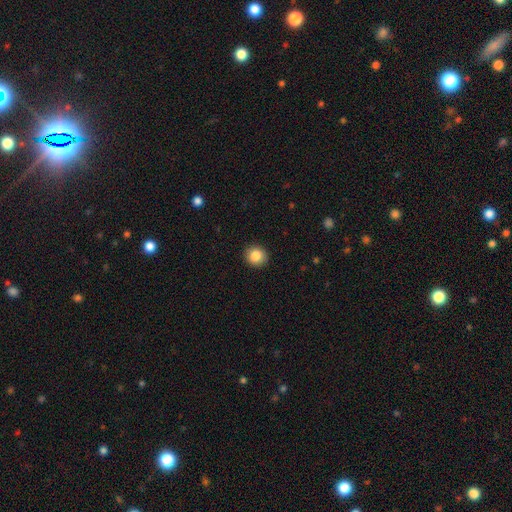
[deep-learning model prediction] Overall: smooth (85%). How rounded: round (87%). Merging: none (92%).